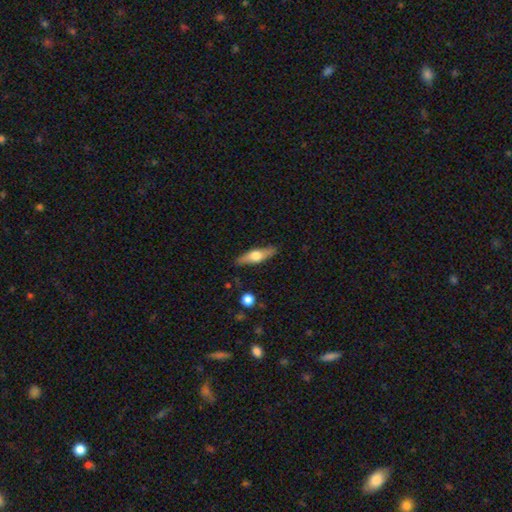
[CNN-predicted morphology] The model was most divided on "smooth or featured": featured or disk: 51%, smooth: 43%, star or artifact: 6%. More confident: edge-on disk — yes (91%); merging — none (86%).